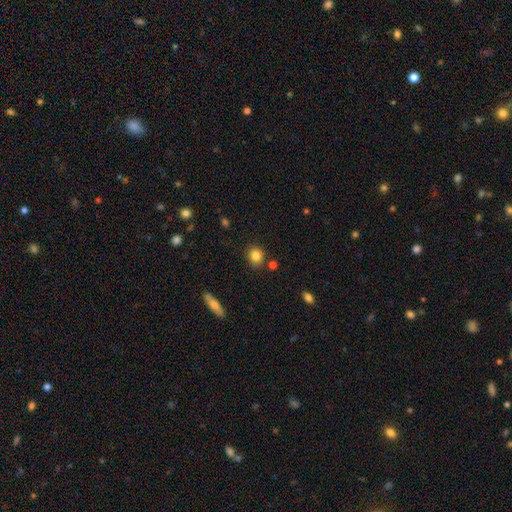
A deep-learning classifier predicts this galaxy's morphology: The model was most divided on "how rounded": round: 83%, in between: 16%, cigar-shaped: 1%. More confident: merging — none (83%); smooth or featured — smooth (82%).